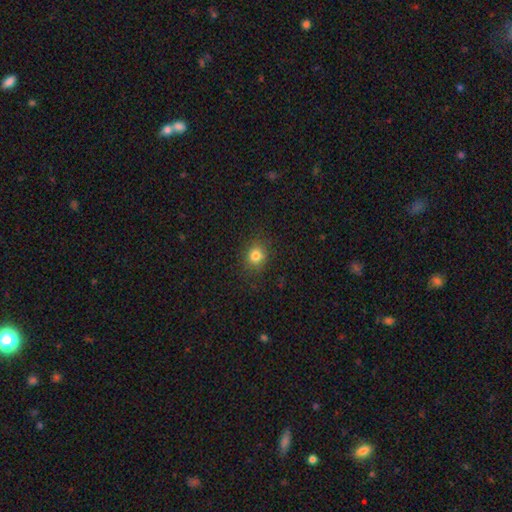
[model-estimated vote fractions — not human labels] Q: Smooth or featured?
A: smooth (80%); runner-up: star or artifact (14%)
Q: How rounded?
A: round (80%); runner-up: in between (19%)
Q: Merging?
A: none (86%); runner-up: minor disturbance (10%)